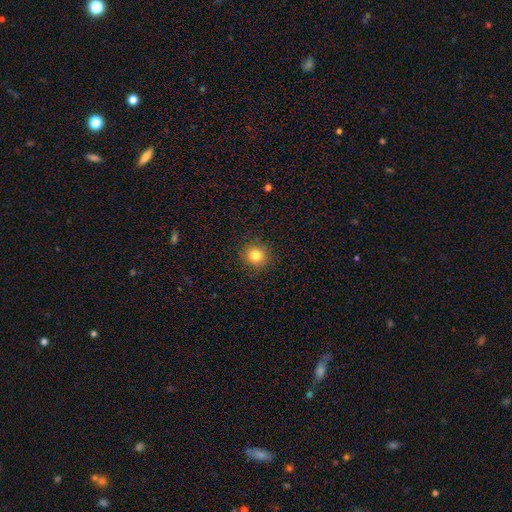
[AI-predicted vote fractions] This appears to be a smooth galaxy with no disk features (82%) that is round (92%). Merging: none (90%).